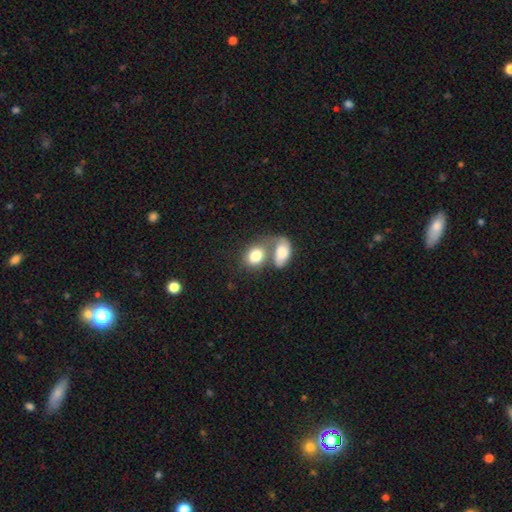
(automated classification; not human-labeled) smooth 79%, featured or disk 14%, star or artifact 7%. Down the decision tree: how rounded — in between (69%); merging — merger (56%).